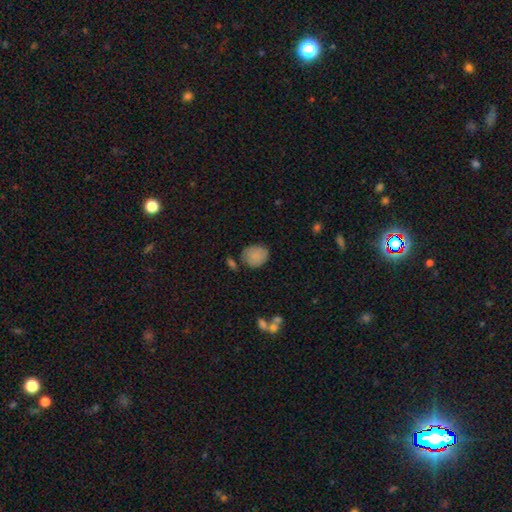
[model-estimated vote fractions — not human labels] Smooth or featured? Predicted: smooth (p=0.85). How rounded? Predicted: round (p=0.65). Merging? Predicted: none (p=0.69).